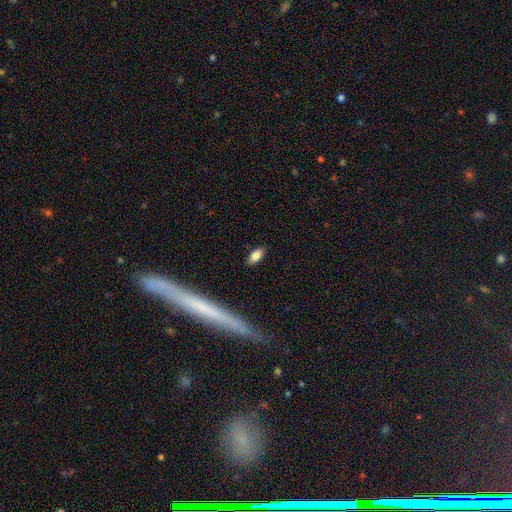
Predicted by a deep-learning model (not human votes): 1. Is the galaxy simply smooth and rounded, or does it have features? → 83% smooth, 9% featured or disk, 8% star or artifact.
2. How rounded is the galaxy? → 87% in between, 10% cigar-shaped, 3% round.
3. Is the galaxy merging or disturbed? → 87% none, 9% minor disturbance, 2% major disturbance, 1% merger.